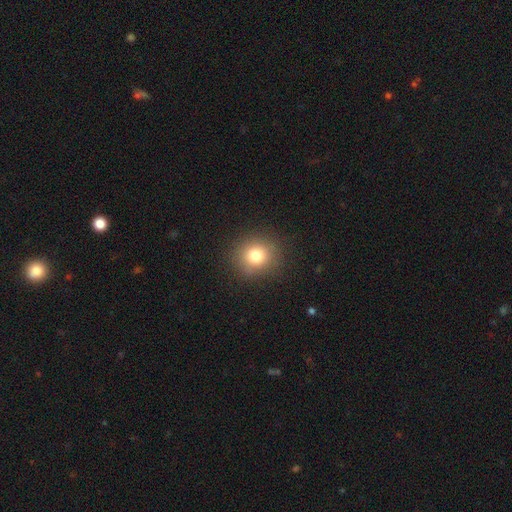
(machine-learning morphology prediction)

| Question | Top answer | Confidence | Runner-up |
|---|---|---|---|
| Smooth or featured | smooth | 79% | star or artifact (12%) |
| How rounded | round | 83% | in between (16%) |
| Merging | none | 88% | minor disturbance (8%) |